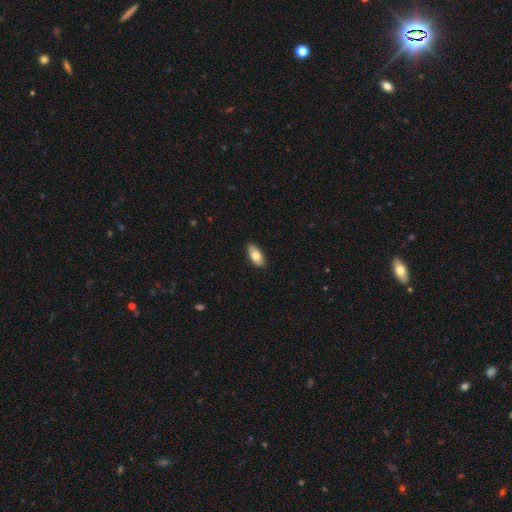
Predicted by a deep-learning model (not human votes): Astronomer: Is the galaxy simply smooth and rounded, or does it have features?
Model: smooth — 78%.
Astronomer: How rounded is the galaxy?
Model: in between — 90%.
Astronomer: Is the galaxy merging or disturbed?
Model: none — 88%.